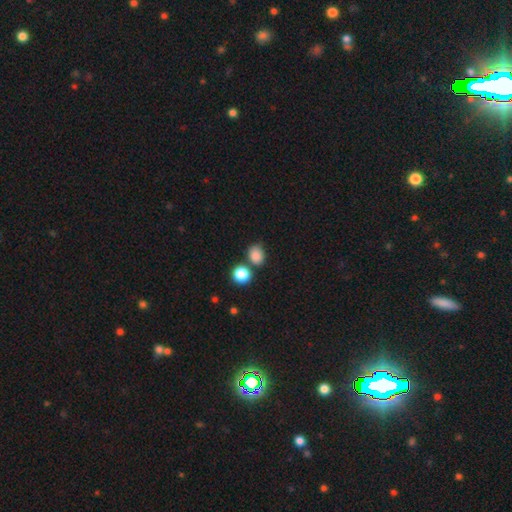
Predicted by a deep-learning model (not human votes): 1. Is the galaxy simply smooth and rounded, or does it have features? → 84% smooth, 11% star or artifact, 5% featured or disk.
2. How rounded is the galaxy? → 50% in between, 49% round, 1% cigar-shaped.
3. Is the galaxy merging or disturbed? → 65% none, 17% merger, 14% minor disturbance, 4% major disturbance.